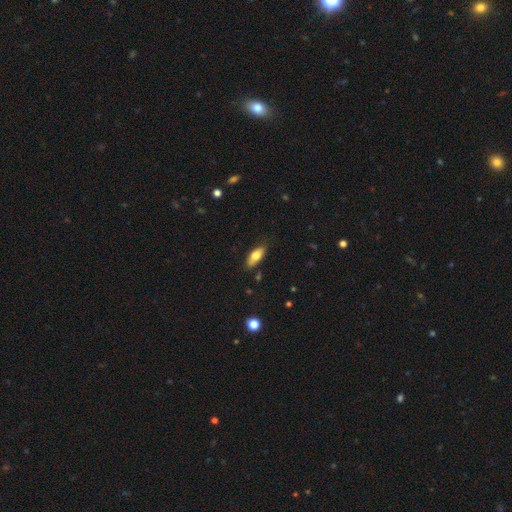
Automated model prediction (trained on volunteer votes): Smooth or featured? smooth (74%)
How rounded? in between (81%)
Merging? none (80%)